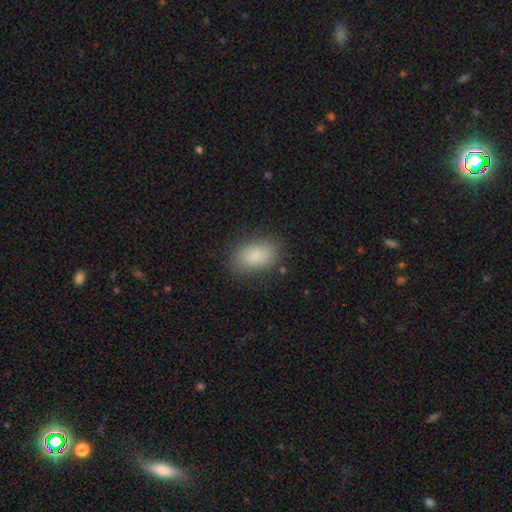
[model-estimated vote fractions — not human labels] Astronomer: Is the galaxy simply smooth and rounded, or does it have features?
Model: smooth — 86%.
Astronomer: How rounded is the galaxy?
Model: in between — 91%.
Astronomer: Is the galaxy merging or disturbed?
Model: none — 81%.